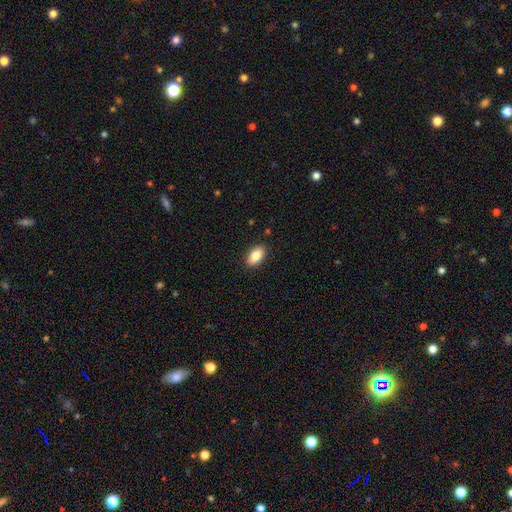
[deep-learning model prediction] Q: Smooth or featured?
A: smooth (84%); runner-up: featured or disk (8%)
Q: How rounded?
A: in between (91%); runner-up: round (5%)
Q: Merging?
A: none (88%); runner-up: minor disturbance (9%)